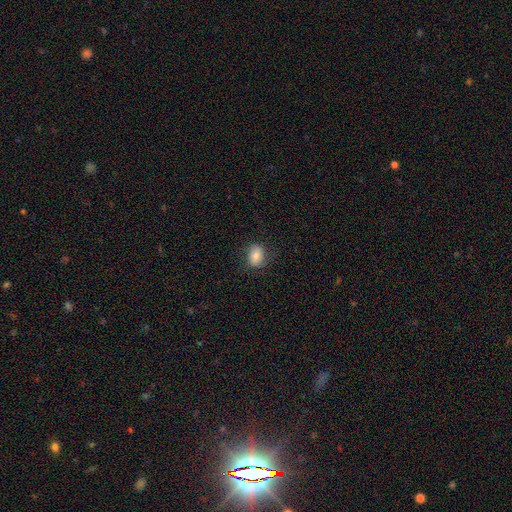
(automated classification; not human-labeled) A smooth galaxy with no disk features (80%) that is in between round and cigar-shaped (62%). Merging: none (78%).